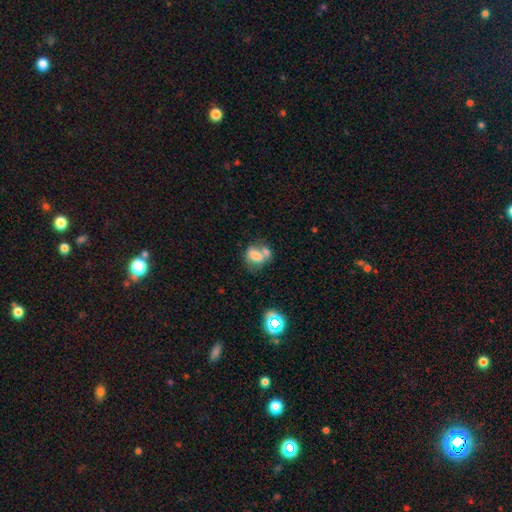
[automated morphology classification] Smooth or featured? smooth (65%)
How rounded? in between (70%)
Merging? merger (51%)